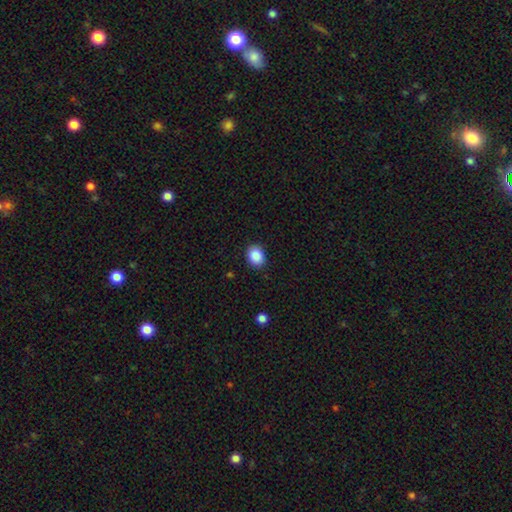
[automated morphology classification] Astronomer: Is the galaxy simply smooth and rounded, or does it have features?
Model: smooth — 89%.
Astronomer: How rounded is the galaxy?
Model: in between — 52% (runner-up: round, 47%).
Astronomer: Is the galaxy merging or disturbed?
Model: none — 88%.